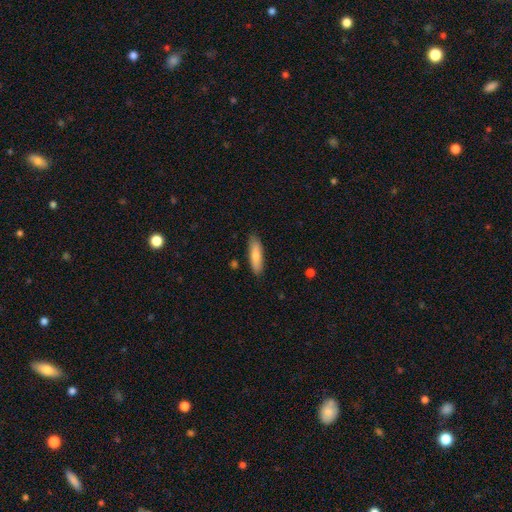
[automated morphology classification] A smooth galaxy with no disk features (79%) that is cigar-shaped (64%).

Vote fractions:
- Smooth or featured? smooth: 79% / featured or disk: 15% / star or artifact: 6%
- How rounded? cigar-shaped: 64% / in between: 34% / round: 2%
- Merging? none: 86% / minor disturbance: 10% / major disturbance: 2% / merger: 2%